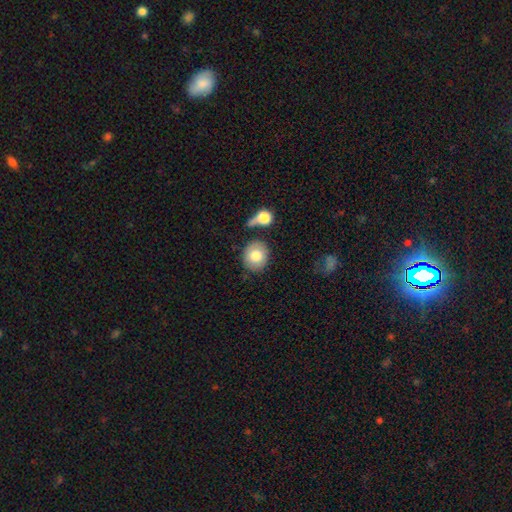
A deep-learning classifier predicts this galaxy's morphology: The model was most divided on "how rounded": round: 74%, in between: 25%, cigar-shaped: 1%. More confident: smooth or featured — smooth (78%); merging — none (73%).